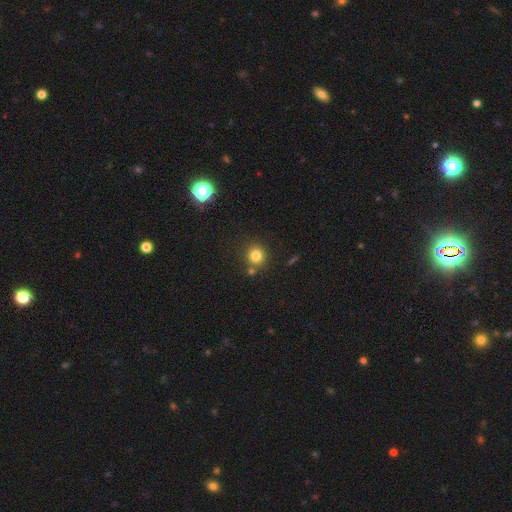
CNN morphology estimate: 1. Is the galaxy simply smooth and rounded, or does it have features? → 80% smooth, 13% star or artifact, 6% featured or disk.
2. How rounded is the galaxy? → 90% round, 9% in between, 1% cigar-shaped.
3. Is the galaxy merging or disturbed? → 78% none, 11% merger, 9% minor disturbance, 3% major disturbance.